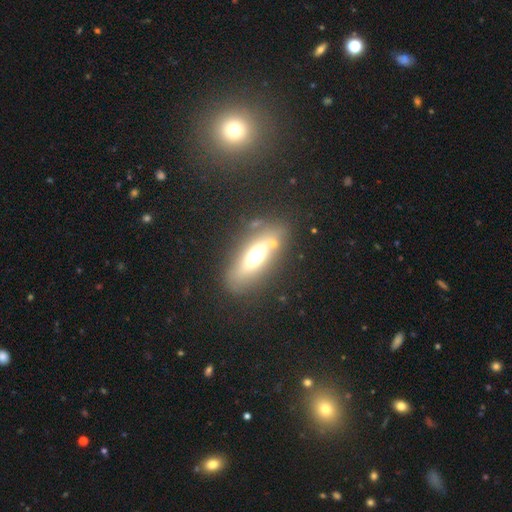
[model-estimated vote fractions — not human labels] Overall: smooth (50%; featured or disk 40%). Merging: none (75%).